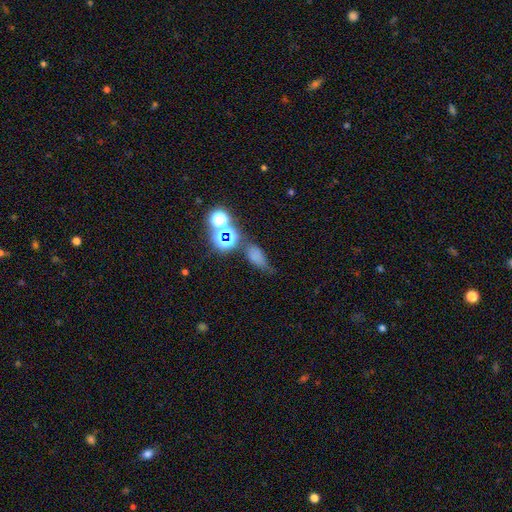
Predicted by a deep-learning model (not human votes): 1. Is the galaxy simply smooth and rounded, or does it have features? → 60% smooth, 28% star or artifact, 12% featured or disk.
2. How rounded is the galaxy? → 73% in between, 16% round, 11% cigar-shaped.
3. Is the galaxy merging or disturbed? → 49% none, 24% minor disturbance, 13% merger, 13% major disturbance.